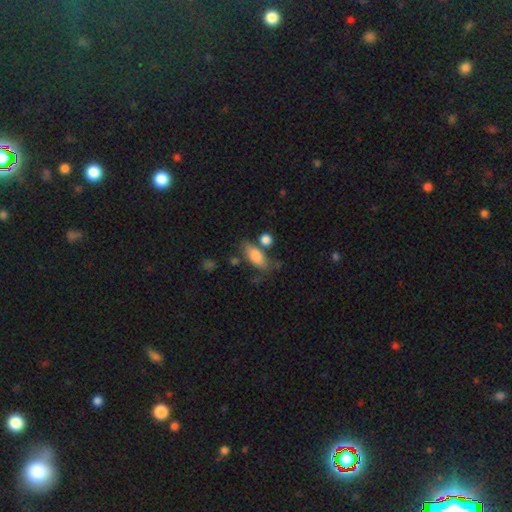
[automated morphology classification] Smooth or featured? smooth (78%)
How rounded? in between (82%)
Merging? none (52%)